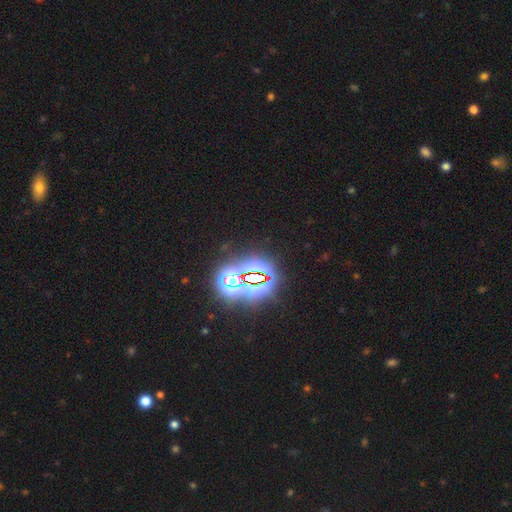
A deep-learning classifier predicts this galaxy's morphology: type=star or artifact (82%).